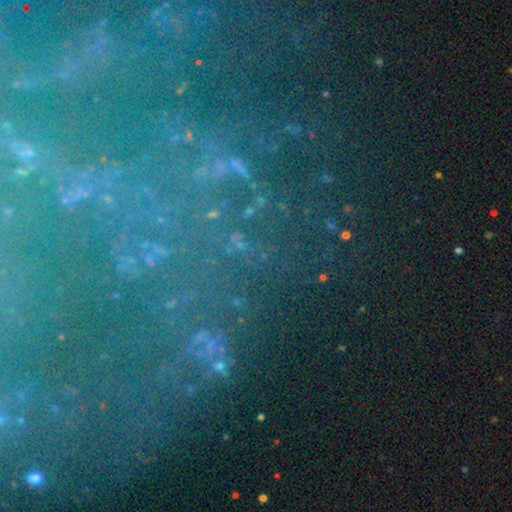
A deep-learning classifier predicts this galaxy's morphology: Smooth or featured? Predicted: star or artifact (p=0.62).